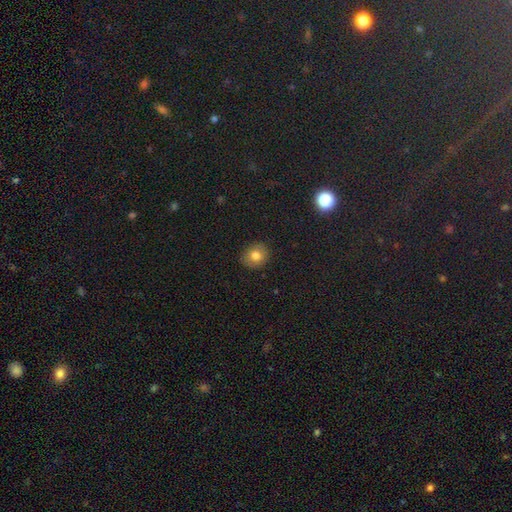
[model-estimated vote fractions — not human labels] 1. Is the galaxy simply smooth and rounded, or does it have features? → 77% smooth, 12% featured or disk, 11% star or artifact.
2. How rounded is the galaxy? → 75% round, 24% in between, 1% cigar-shaped.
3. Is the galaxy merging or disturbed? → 87% none, 10% minor disturbance, 2% major disturbance, 1% merger.